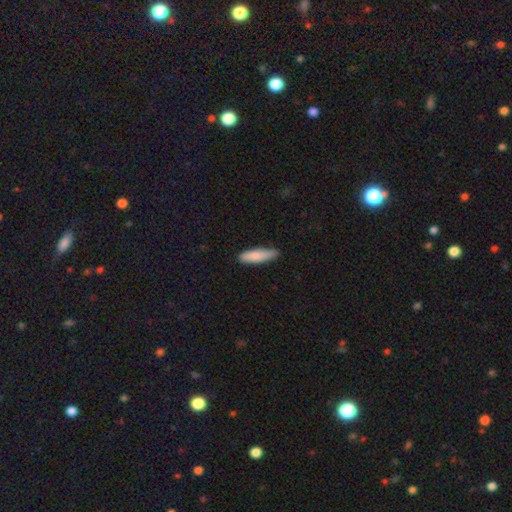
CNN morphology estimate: Smooth or featured: smooth — 84% (featured or disk — 10%)
How rounded: cigar-shaped — 66% (in between — 33%)
Merging: none — 82% (minor disturbance — 15%)